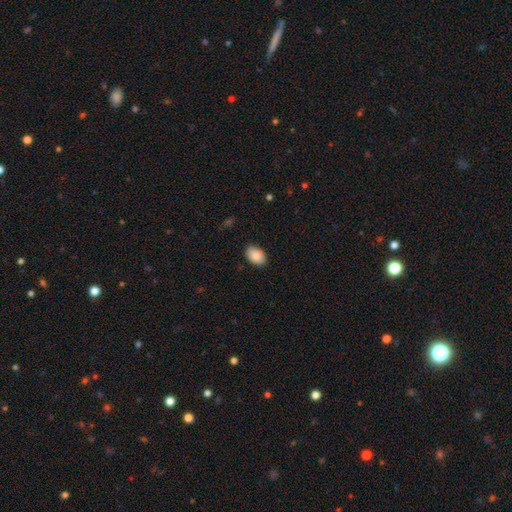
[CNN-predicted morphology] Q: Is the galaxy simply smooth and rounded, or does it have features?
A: smooth — 88%.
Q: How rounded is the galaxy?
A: in between — 87%.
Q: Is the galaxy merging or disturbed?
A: none — 87%.